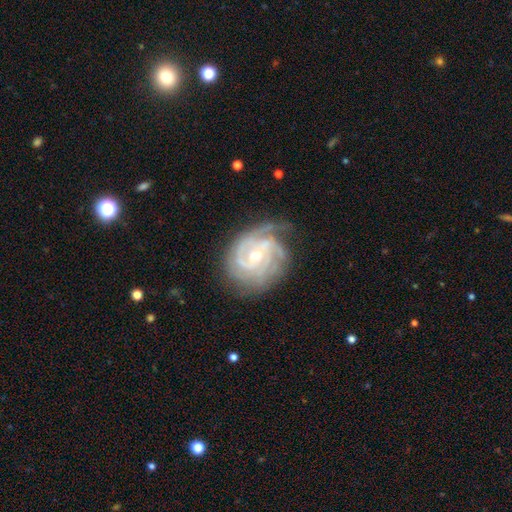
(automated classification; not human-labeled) Smooth or featured: featured or disk — 90% (star or artifact — 5%)
Edge-on disk: no — 98% (yes — 2%)
Bar: no — 51% (weak — 38%)
Spiral arms: yes — 98% (no — 2%)
Spiral winding: tight — 69% (medium — 27%)
Spiral arm count: 3 — 36% (4 — 18%)
Bulge size: moderate — 50% (small — 47%)
Merging: none — 68% (minor disturbance — 21%)